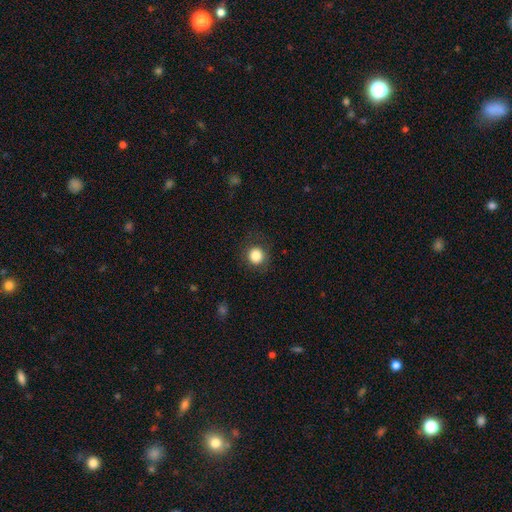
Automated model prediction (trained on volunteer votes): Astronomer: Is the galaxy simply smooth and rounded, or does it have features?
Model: smooth — 84%.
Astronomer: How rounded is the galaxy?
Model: round — 90%.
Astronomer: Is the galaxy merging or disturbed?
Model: none — 86%.